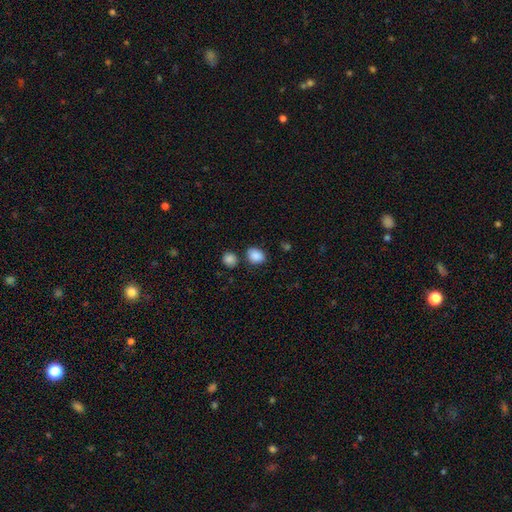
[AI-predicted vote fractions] Smooth or featured? Predicted: smooth (p=0.87). How rounded? Predicted: in between (p=0.50). Merging? Predicted: none (p=0.73).